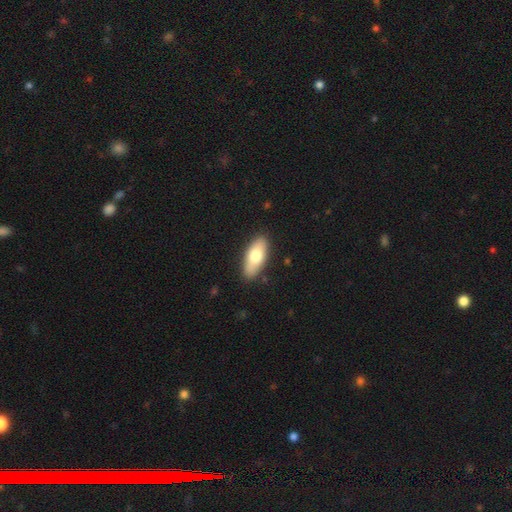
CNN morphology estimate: Smooth or featured? Predicted: smooth (p=0.71). How rounded? Predicted: in between (p=0.82). Merging? Predicted: none (p=0.87).